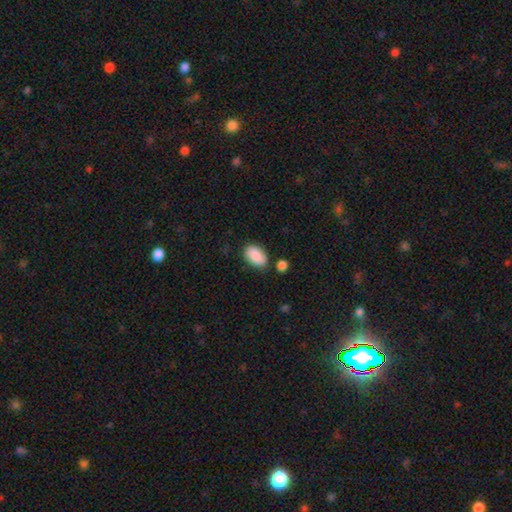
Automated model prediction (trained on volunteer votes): Overall: smooth (89%). How rounded: in between (92%). Merging: none (78%).